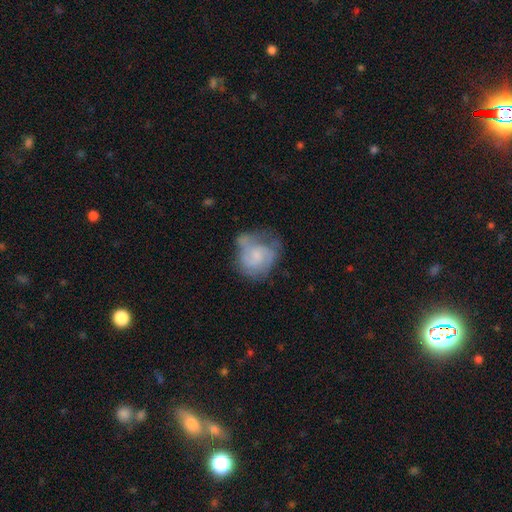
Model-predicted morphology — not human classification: type=featured or disk (62%); edge-on=no (98%); bar=no (64%); spiral arms=yes (81%); bulge=small (43%); merging=none (42%).